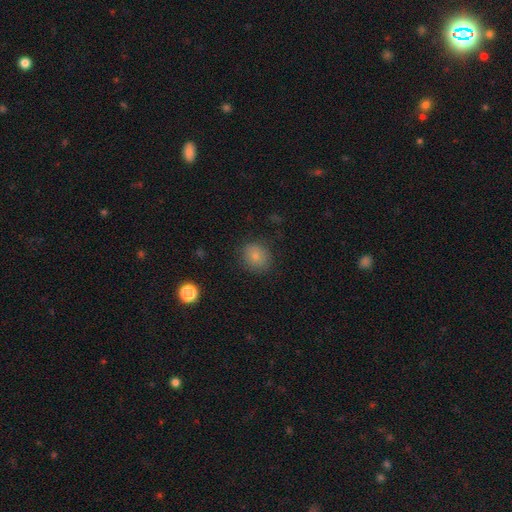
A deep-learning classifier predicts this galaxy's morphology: Overall: smooth (78%). How rounded: round (77%). Merging: none (84%).